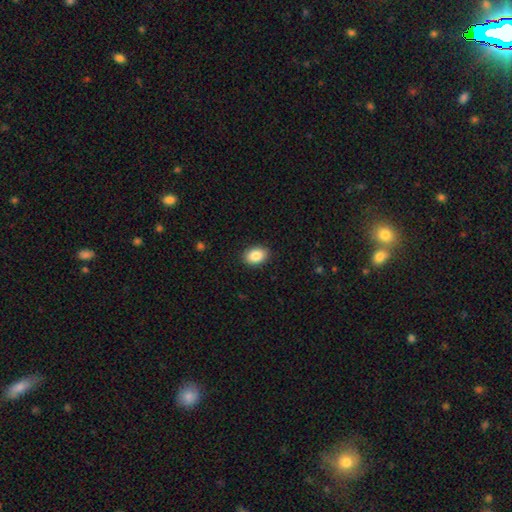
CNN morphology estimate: smooth-or-featured: smooth: 87% | star or artifact: 8% | featured or disk: 5%
  how-rounded: in between: 82% | round: 17% | cigar-shaped: 1%
  merging: none: 90% | minor disturbance: 7% | major disturbance: 2% | merger: 1%